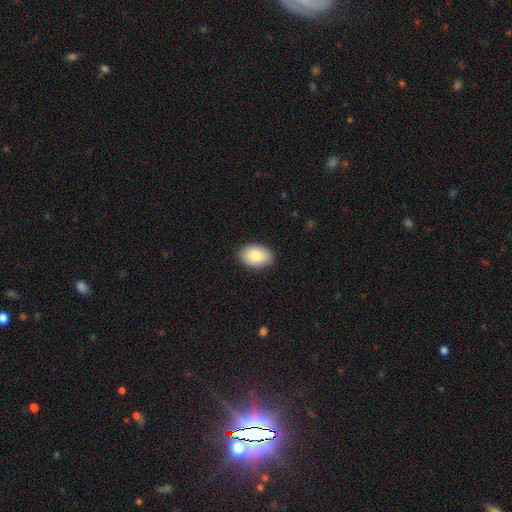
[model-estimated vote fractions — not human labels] Smooth or featured?
  - smooth: 85% *
  - featured or disk: 8%
  - star or artifact: 6%
How rounded?
  - in between: 88% *
  - round: 11%
  - cigar-shaped: 1%
Merging?
  - none: 89% *
  - minor disturbance: 9%
  - major disturbance: 2%
  - merger: 1%